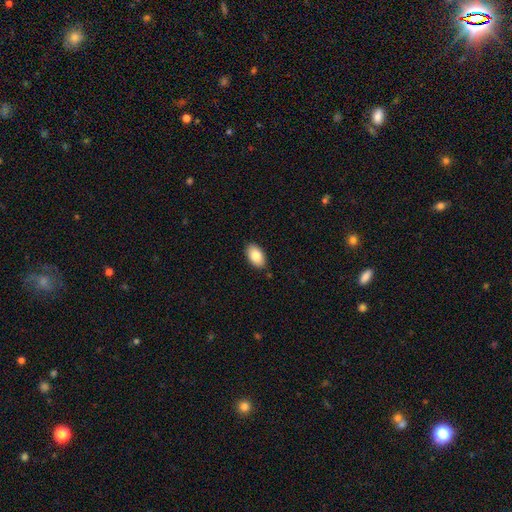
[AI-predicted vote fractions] smooth_or_featured: smooth (p=0.84) [alt: featured or disk p=0.10]
how_rounded: in between (p=0.93) [alt: round p=0.05]
merging: none (p=0.87) [alt: minor disturbance p=0.10]